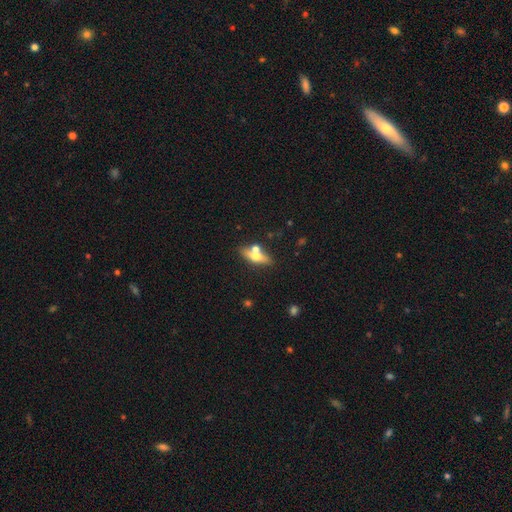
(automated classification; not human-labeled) This appears to be a smooth galaxy with no disk features (49%). Merging: none (63%).